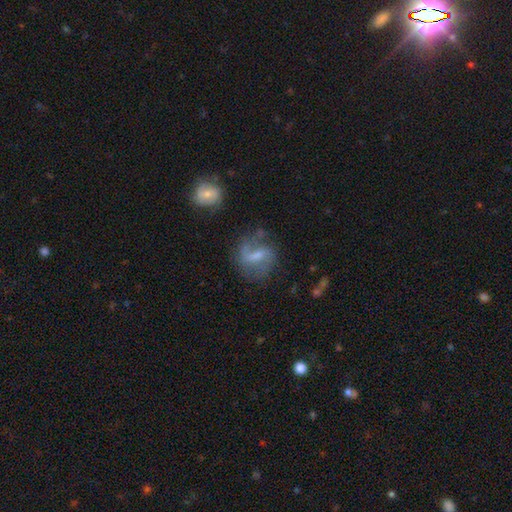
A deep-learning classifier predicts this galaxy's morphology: Overall: featured or disk (64%; smooth 27%). Edge-on disk: no (96%). Bar: weak (49%; strong 32%). Spiral arms: yes (79%). Bulge size: small (42%; moderate 32%). Merging: none (57%; minor disturbance 21%).